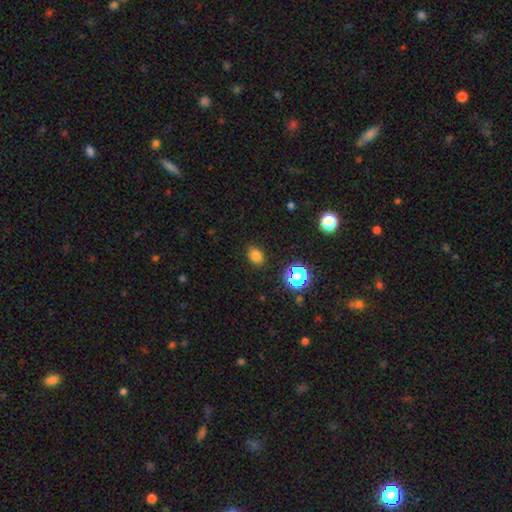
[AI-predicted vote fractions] smooth 78%, star or artifact 16%, featured or disk 6%. Down the decision tree: how rounded — in between (69%); merging — none (87%).